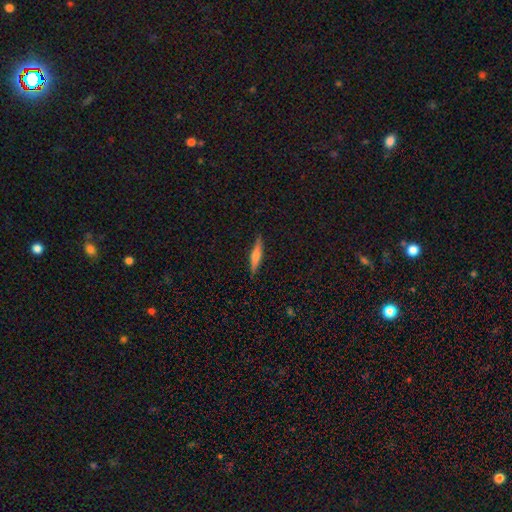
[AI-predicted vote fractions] smooth_or_featured: smooth (p=0.54) [alt: featured or disk p=0.39]
how_rounded: cigar-shaped (p=0.86) [alt: in between p=0.12]
merging: none (p=0.88) [alt: minor disturbance p=0.09]